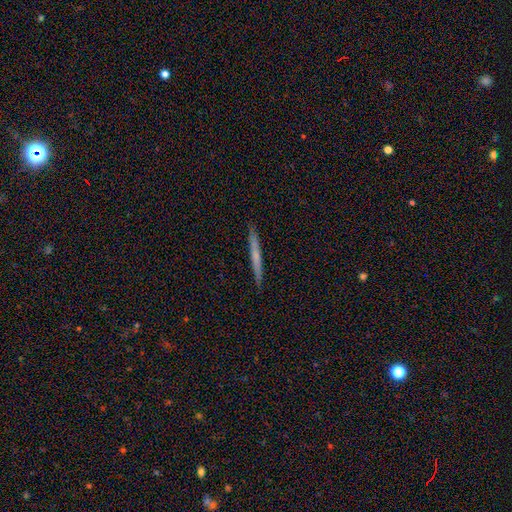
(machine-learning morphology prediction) This appears to be a smooth galaxy with no disk features (49%). Merging: none (92%).